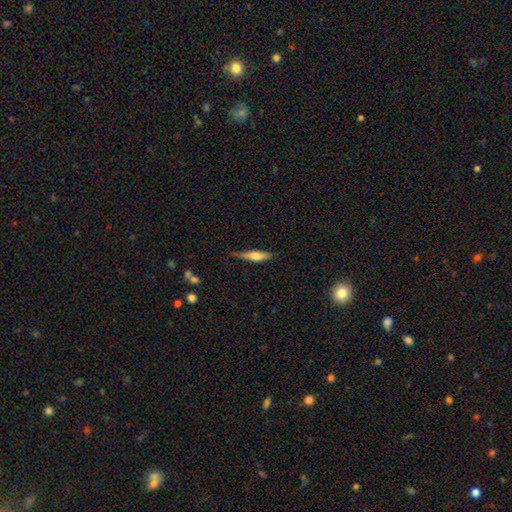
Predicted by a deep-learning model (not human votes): This appears to be a smooth galaxy with no disk features (62%) that is cigar-shaped (72%). Merging: none (70%).